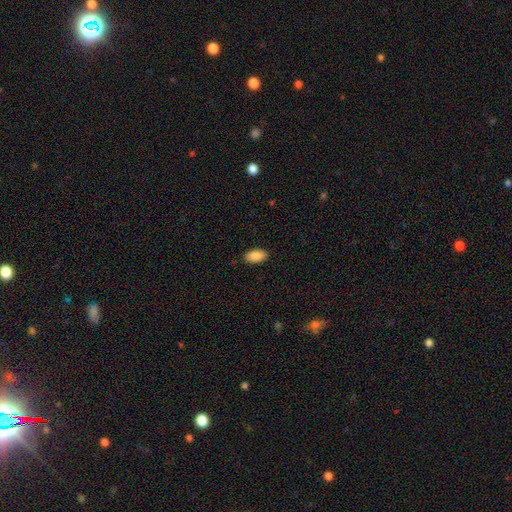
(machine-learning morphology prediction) This appears to be a smooth galaxy with no disk features (89%) that is in between round and cigar-shaped (94%). Merging: none (88%).